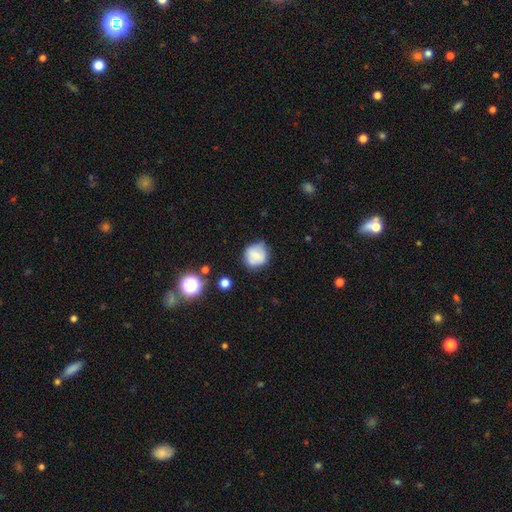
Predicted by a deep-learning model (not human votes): A smooth galaxy with no disk features (71%) that is round (83%). Merging: none (65%).